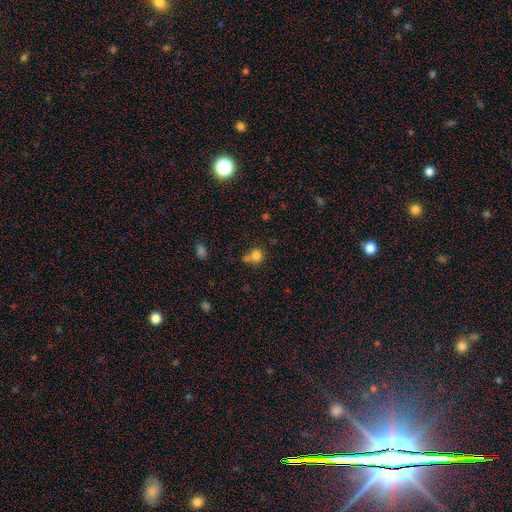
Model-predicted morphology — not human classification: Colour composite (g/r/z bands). It shows a smooth galaxy with no disk features (80%) that is round (82%). Merging: none (49%).